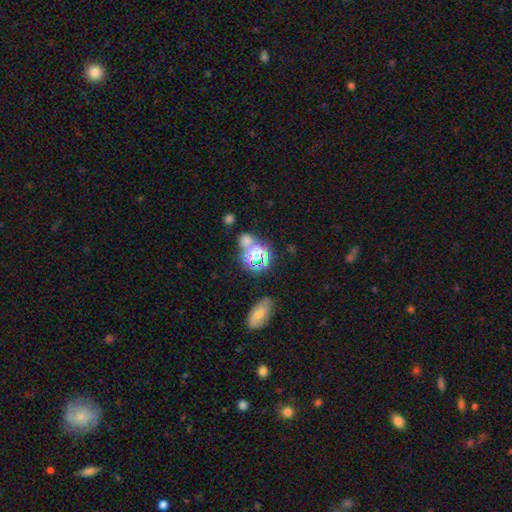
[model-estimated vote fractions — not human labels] Smooth or featured? star or artifact (46%)